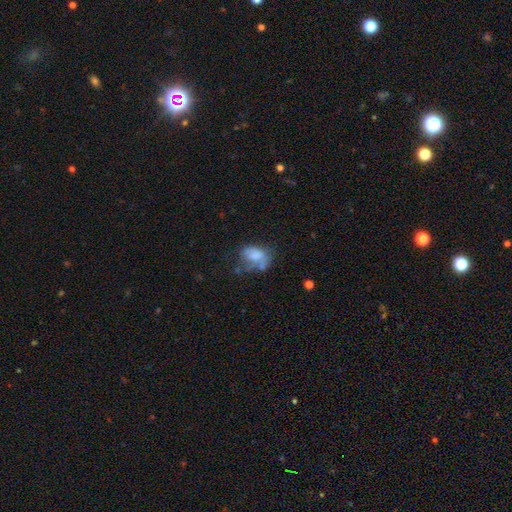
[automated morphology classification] Smooth or featured? smooth (58%)
How rounded? in between (80%)
Merging? major disturbance (35%)